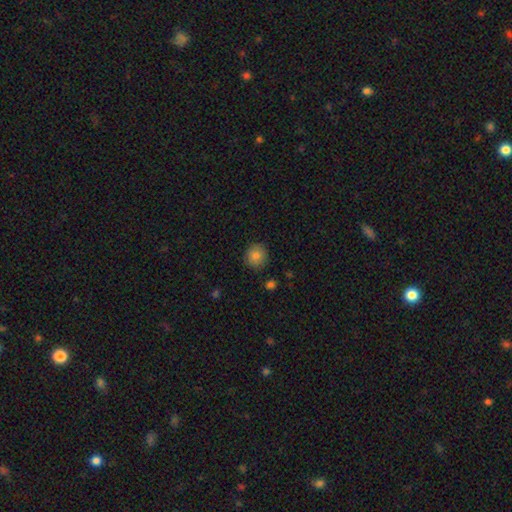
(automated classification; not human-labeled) Smooth or featured?
  - smooth: 82% *
  - star or artifact: 10%
  - featured or disk: 8%
How rounded?
  - round: 91% *
  - in between: 8%
  - cigar-shaped: 1%
Merging?
  - none: 89% *
  - minor disturbance: 8%
  - major disturbance: 2%
  - merger: 1%